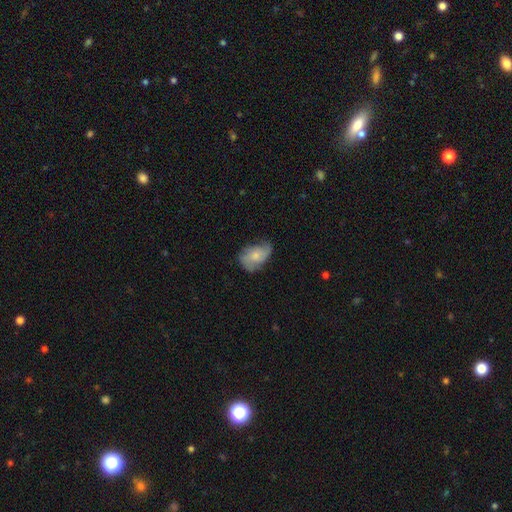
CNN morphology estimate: This appears to be a featured or disk galaxy (47%). Merging: none (54%).